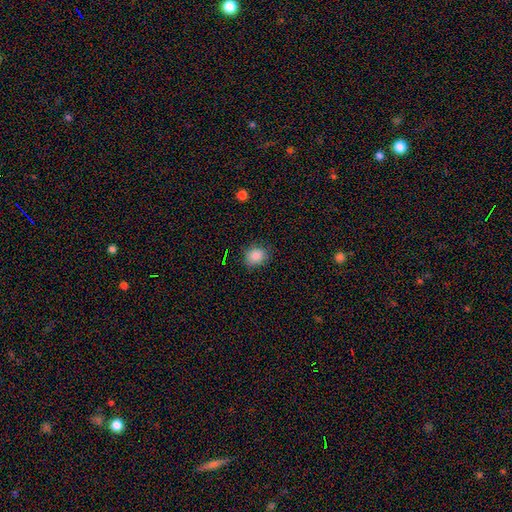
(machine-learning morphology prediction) type=smooth (85%); roundness=round (68%); merging=none (81%).